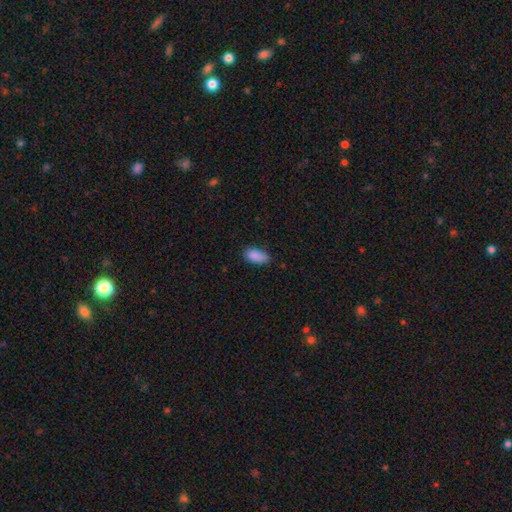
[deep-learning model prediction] Smooth or featured: smooth — 88% (star or artifact — 8%)
How rounded: in between — 91% (cigar-shaped — 6%)
Merging: none — 72% (minor disturbance — 22%)